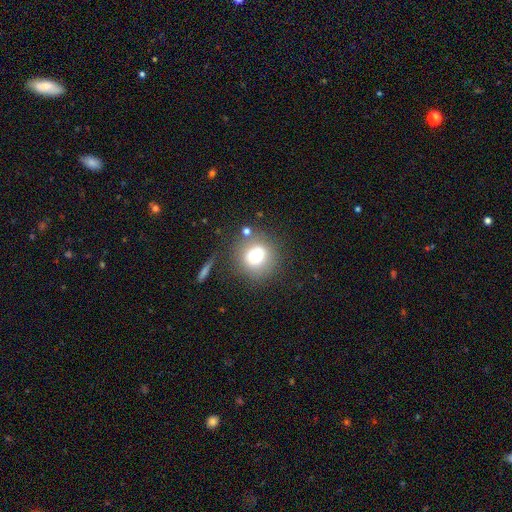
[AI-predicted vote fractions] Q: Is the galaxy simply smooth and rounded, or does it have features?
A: smooth — 75%.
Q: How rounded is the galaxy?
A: round — 86%.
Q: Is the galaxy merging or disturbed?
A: none — 72%.